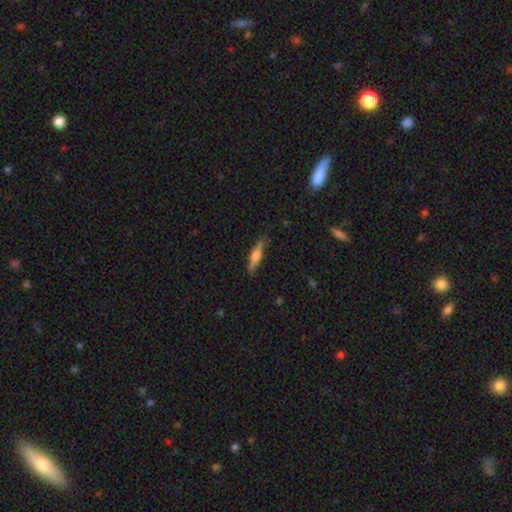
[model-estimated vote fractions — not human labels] Smooth or featured? featured or disk (49%)
Merging? none (85%)